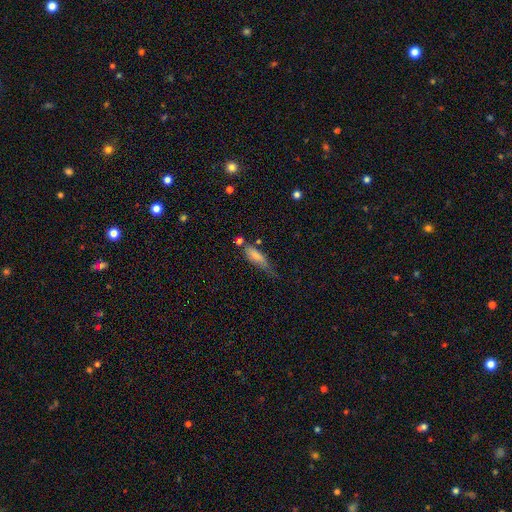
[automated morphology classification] This is likely a smooth galaxy (72%). How rounded: possibly in between (55%). Merging: marginally minor disturbance (37%).